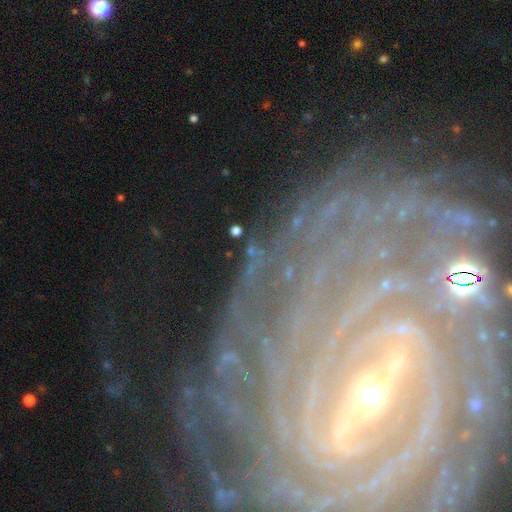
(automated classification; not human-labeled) Smooth or featured?
  - featured or disk: 45% *
  - star or artifact: 40%
  - smooth: 15%
Merging?
  - none: 74% *
  - minor disturbance: 14%
  - major disturbance: 8%
  - merger: 5%